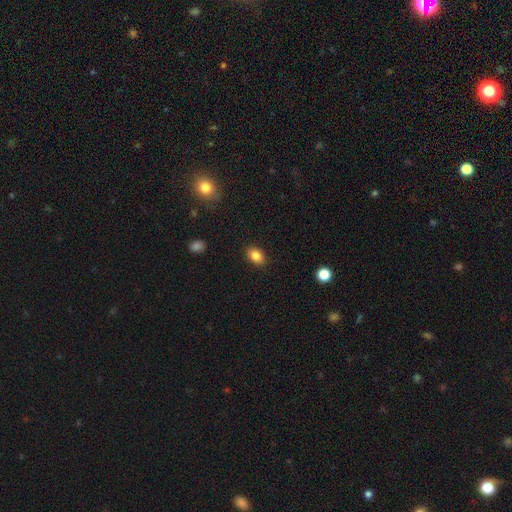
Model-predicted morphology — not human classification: Smooth or featured: smooth — 86% (star or artifact — 9%)
How rounded: in between — 79% (round — 20%)
Merging: none — 88% (minor disturbance — 8%)